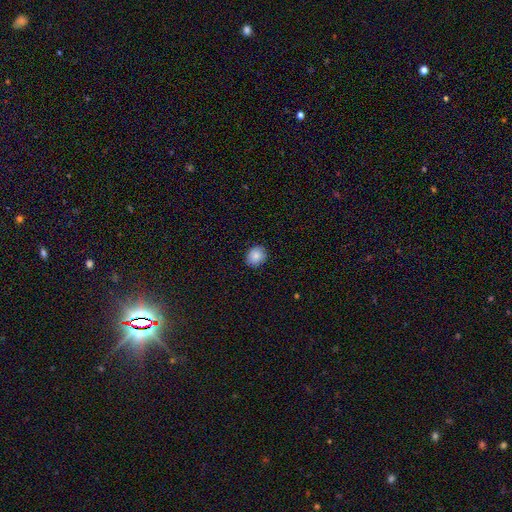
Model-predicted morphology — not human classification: A smooth galaxy with no disk features (87%) that is round (68%).

Vote fractions:
- Smooth or featured? smooth: 87% / star or artifact: 8% / featured or disk: 5%
- How rounded? round: 68% / in between: 31% / cigar-shaped: 1%
- Merging? none: 88% / minor disturbance: 9% / major disturbance: 2% / merger: 1%